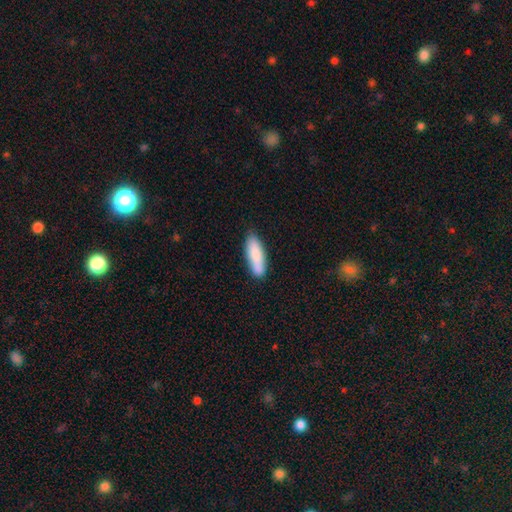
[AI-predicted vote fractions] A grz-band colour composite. It shows a smooth galaxy with no disk features (83%) that is in between round and cigar-shaped (53%). Merging: none (77%).